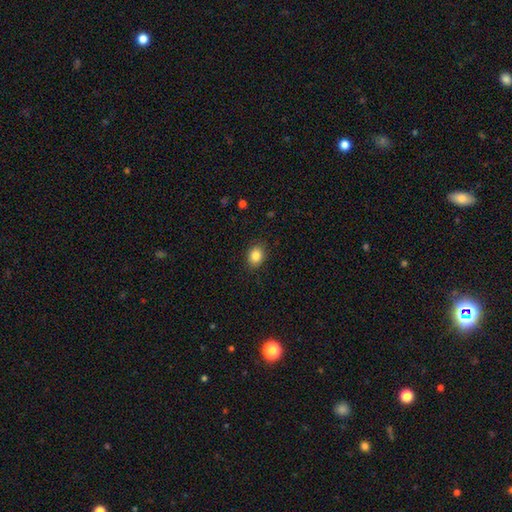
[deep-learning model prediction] Morphology: type=smooth (85%); roundness=in between (50%); merging=none (87%).